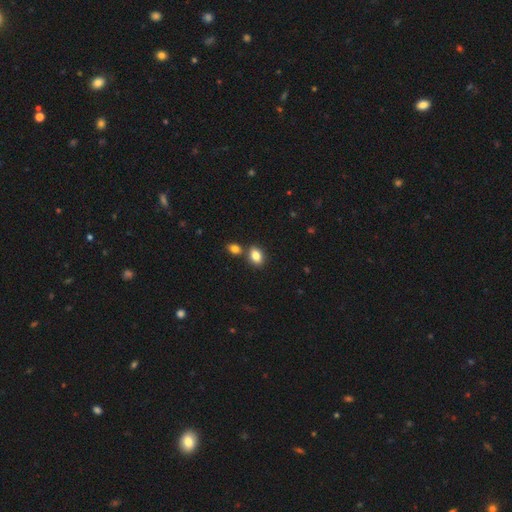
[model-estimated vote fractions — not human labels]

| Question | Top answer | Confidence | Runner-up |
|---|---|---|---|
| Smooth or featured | smooth | 84% | star or artifact (9%) |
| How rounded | in between | 81% | round (17%) |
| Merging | none | 65% | merger (22%) |